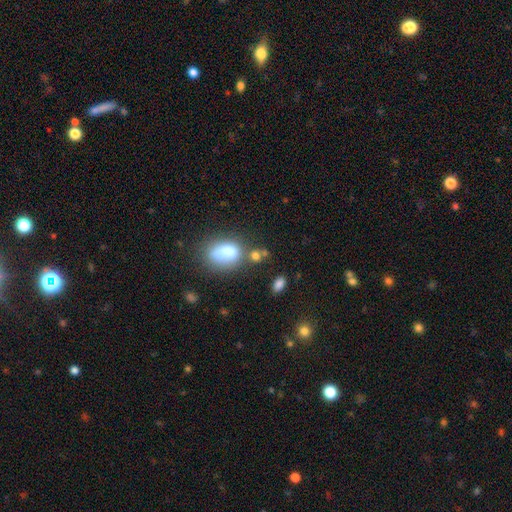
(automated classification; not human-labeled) This appears to be a smooth galaxy with no disk features (75%) that is in between round and cigar-shaped (61%). Merging: none (44%).